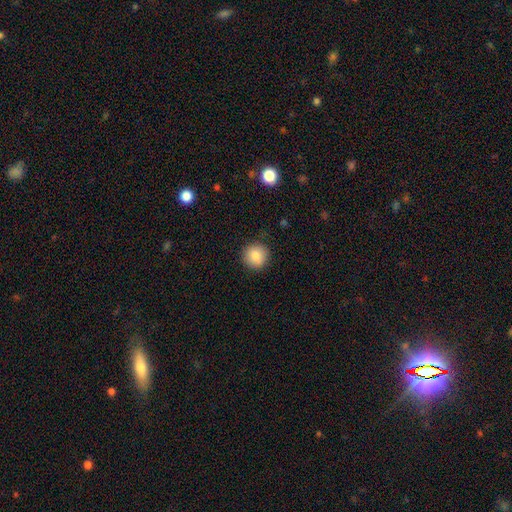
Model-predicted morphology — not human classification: Overall: smooth (85%). How rounded: round (93%). Merging: none (89%).